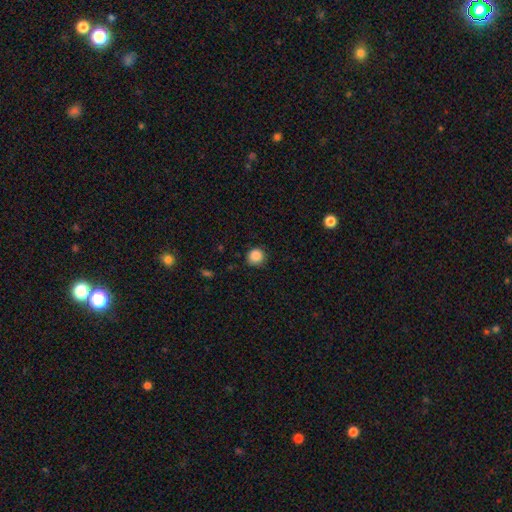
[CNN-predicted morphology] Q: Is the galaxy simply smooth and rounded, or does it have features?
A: smooth — 87%.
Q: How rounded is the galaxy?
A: round — 91%.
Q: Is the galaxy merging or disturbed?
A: none — 83%.